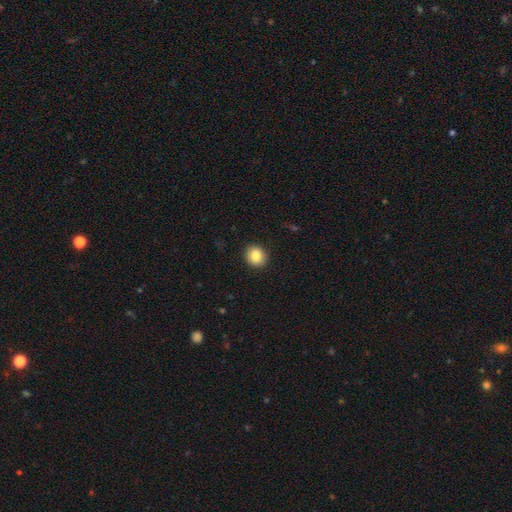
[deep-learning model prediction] smooth 86%, star or artifact 8%, featured or disk 6%. Down the decision tree: how rounded — round (78%); merging — none (91%).